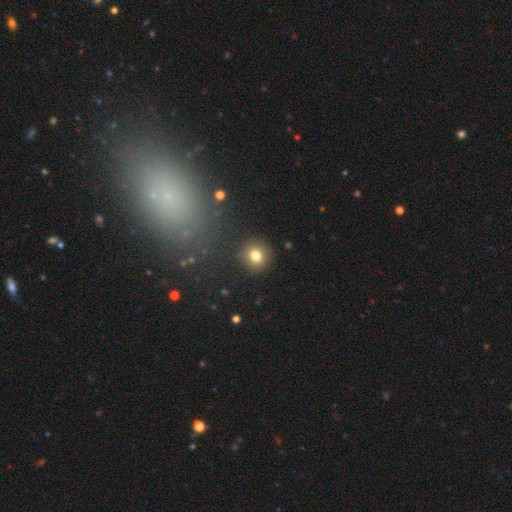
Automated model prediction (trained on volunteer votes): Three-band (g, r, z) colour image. It shows a smooth galaxy with no disk features (80%) that is round (91%). Merging: none (89%).